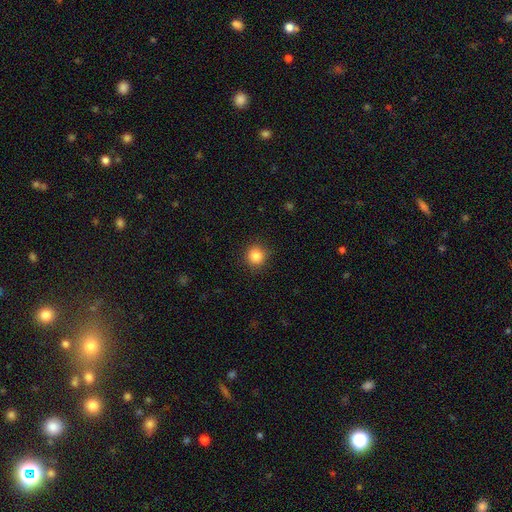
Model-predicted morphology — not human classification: The model was most divided on "smooth or featured": smooth: 85%, star or artifact: 11%, featured or disk: 4%. More confident: how rounded — round (92%); merging — none (90%).